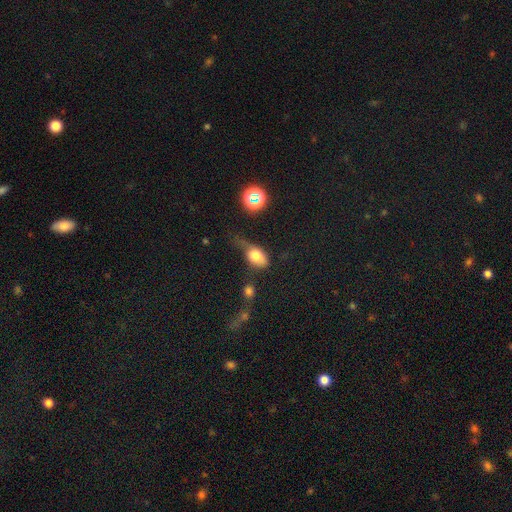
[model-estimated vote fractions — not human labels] This appears to be a smooth galaxy with no disk features (72%) that is in between round and cigar-shaped (76%). Merging: minor disturbance (35%).